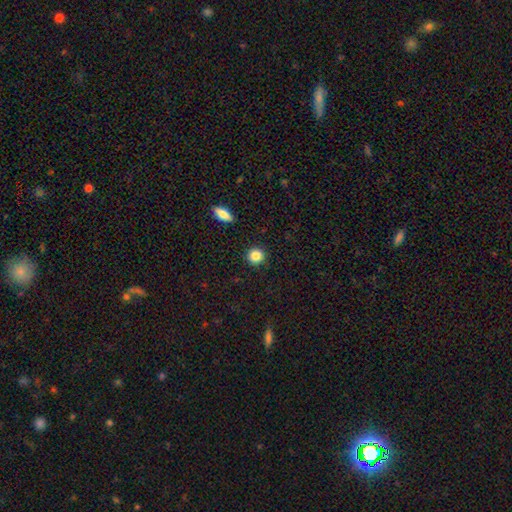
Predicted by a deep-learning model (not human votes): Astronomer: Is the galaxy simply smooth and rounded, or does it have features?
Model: smooth — 86%.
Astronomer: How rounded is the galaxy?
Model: round — 92%.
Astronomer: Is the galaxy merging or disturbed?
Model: none — 92%.